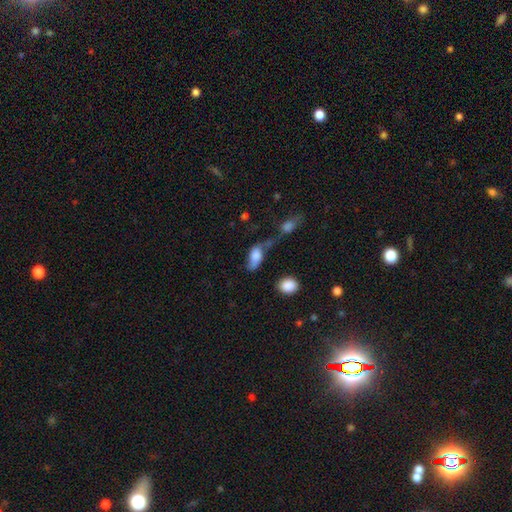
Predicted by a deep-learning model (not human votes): Smooth or featured: smooth — 69% (featured or disk — 22%)
How rounded: in between — 85% (cigar-shaped — 9%)
Merging: none — 30% (minor disturbance — 24%)